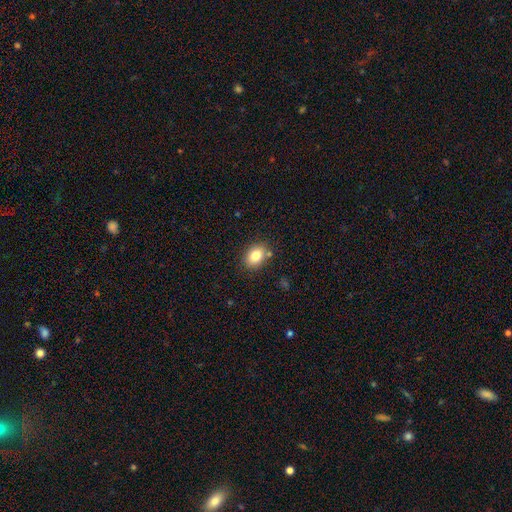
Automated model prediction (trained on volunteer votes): Morphology: type=smooth (82%); roundness=in between (69%); merging=none (79%).